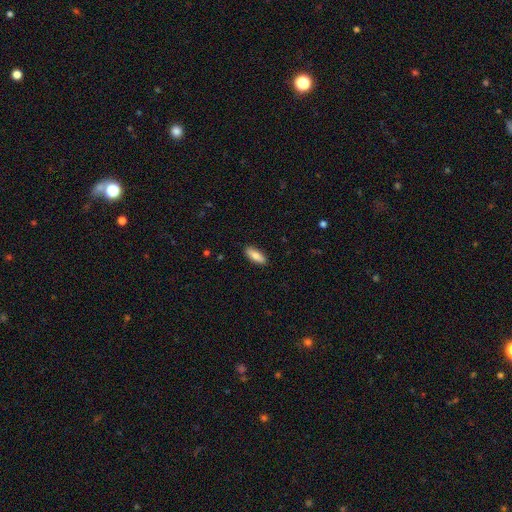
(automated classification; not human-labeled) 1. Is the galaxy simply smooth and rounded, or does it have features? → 84% smooth, 10% featured or disk, 6% star or artifact.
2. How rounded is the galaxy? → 70% in between, 28% cigar-shaped, 2% round.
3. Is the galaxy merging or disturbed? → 89% none, 8% minor disturbance, 2% major disturbance, 1% merger.